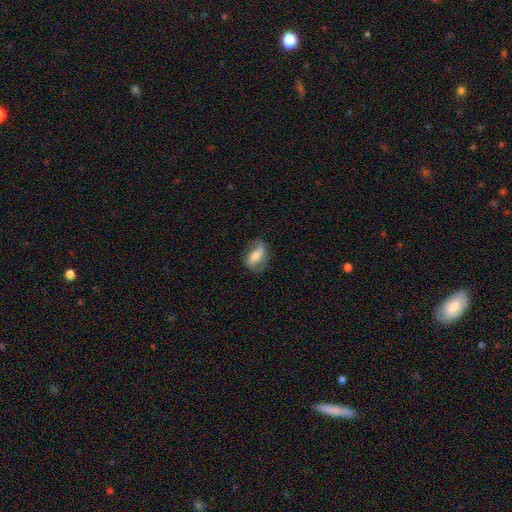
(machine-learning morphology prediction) Smooth or featured: smooth — 53% (featured or disk — 40%)
How rounded: in between — 82% (round — 13%)
Merging: none — 68% (minor disturbance — 22%)